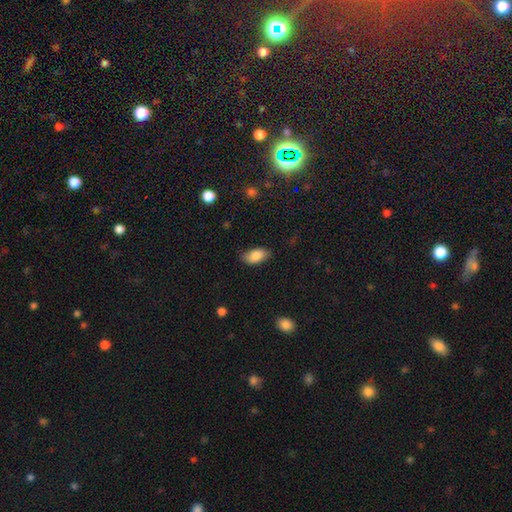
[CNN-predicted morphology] smooth_or_featured: smooth (p=0.86) [alt: featured or disk p=0.07]
how_rounded: in between (p=0.93) [alt: cigar-shaped p=0.04]
merging: none (p=0.77) [alt: minor disturbance p=0.18]